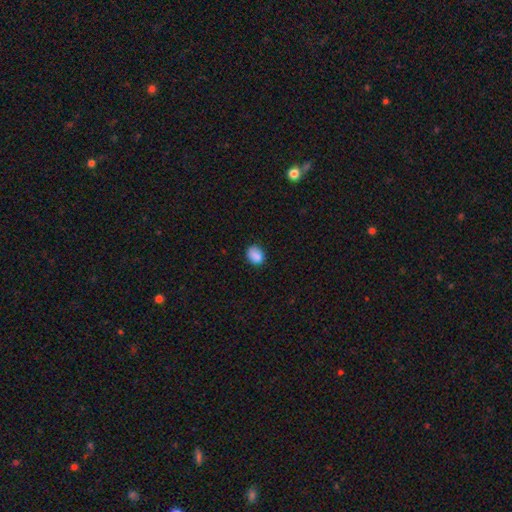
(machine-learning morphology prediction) type=smooth (87%); roundness=in between (61%); merging=none (77%).